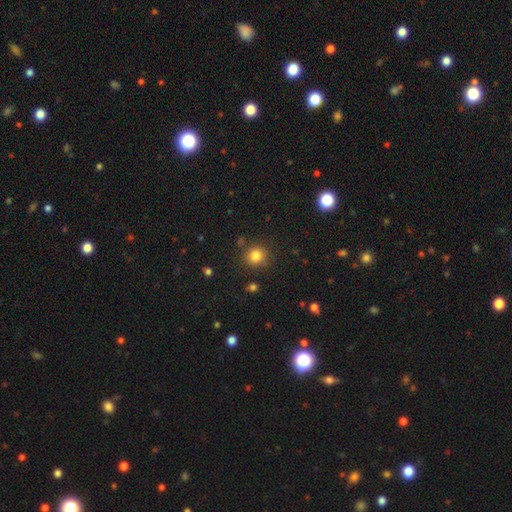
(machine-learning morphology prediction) This is clearly a smooth galaxy (82%). How rounded: clearly round (90%). Merging: clearly none (85%).